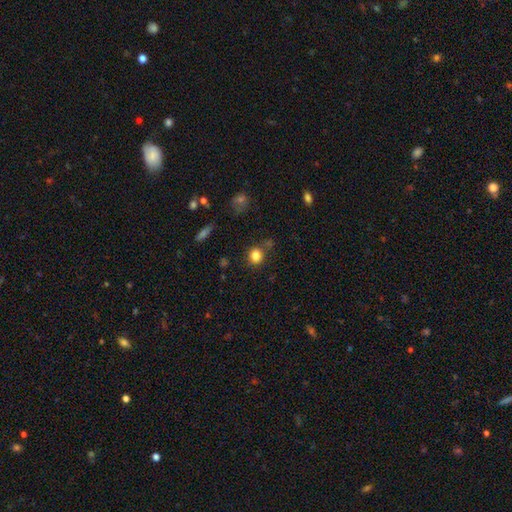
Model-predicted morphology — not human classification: smooth 82%, star or artifact 12%, featured or disk 6%. Down the decision tree: how rounded — round (82%); merging — none (75%).